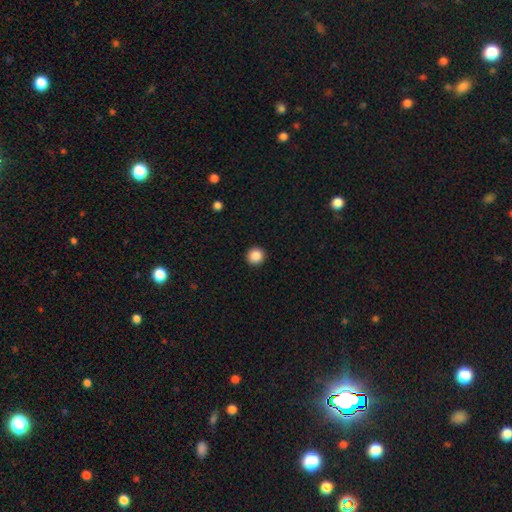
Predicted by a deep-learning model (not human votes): Smooth or featured?
  - smooth: 87% *
  - star or artifact: 10%
  - featured or disk: 3%
How rounded?
  - round: 95% *
  - in between: 4%
  - cigar-shaped: 1%
Merging?
  - none: 93% *
  - minor disturbance: 4%
  - major disturbance: 2%
  - merger: 1%